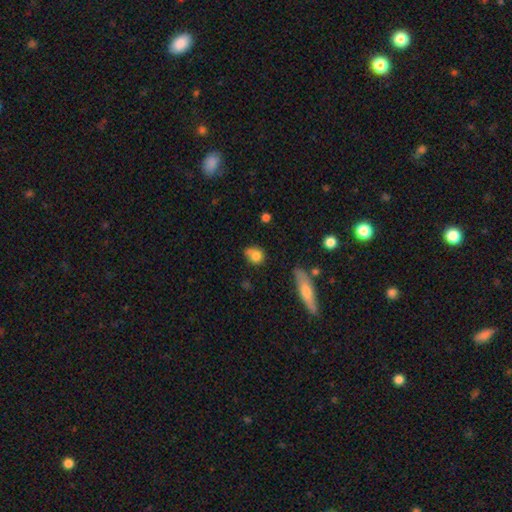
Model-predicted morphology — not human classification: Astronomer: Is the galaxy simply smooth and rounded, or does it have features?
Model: smooth — 78%.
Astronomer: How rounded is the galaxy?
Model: round — 69%.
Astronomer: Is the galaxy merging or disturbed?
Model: none — 48% (runner-up: minor disturbance, 27%).